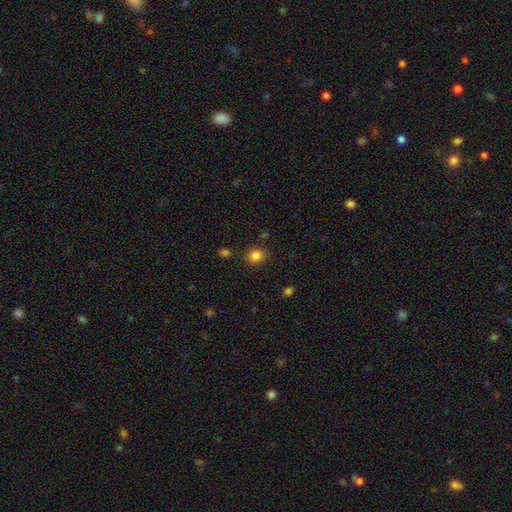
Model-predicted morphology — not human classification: The model was most divided on "how rounded": round: 70%, in between: 29%, cigar-shaped: 1%. More confident: smooth or featured — smooth (84%); merging — none (84%).